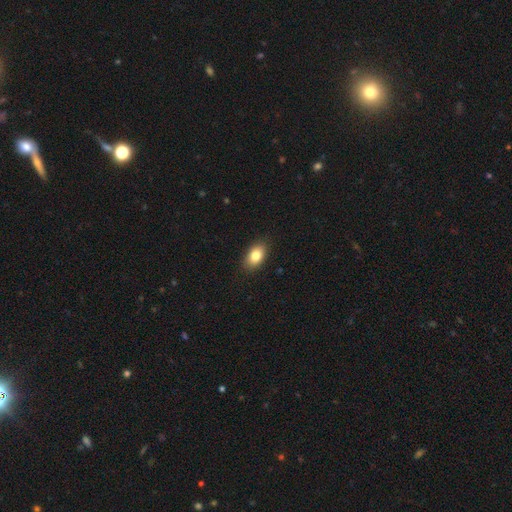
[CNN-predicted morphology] type=smooth (82%); roundness=in between (89%); merging=none (88%).